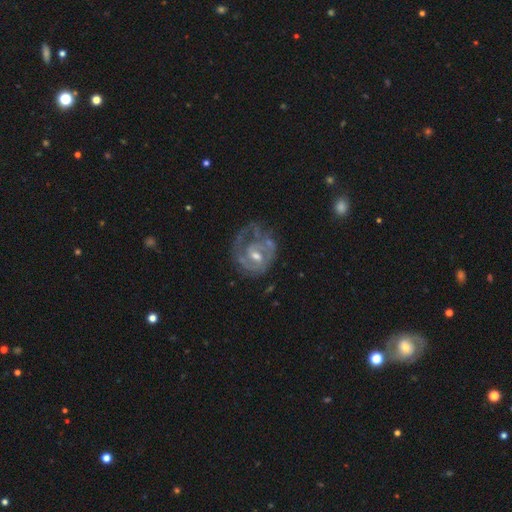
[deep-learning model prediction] This appears to be a featured or disk galaxy (82%) with a weak bar (45%), 2 (36%) tight (52%) spiral arms (83%) and a moderate central bulge (59%). Merging: none (44%).